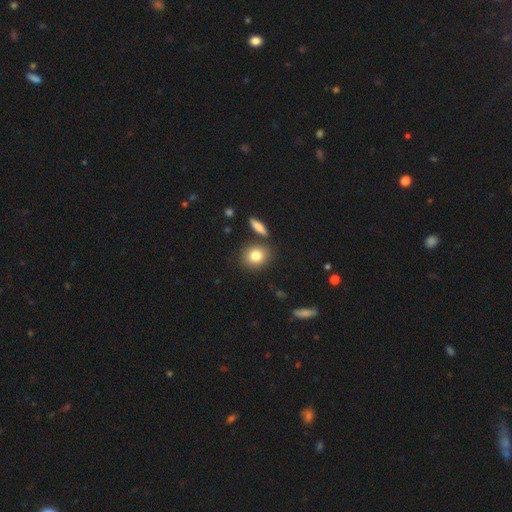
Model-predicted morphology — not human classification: smooth_or_featured: smooth (p=0.82) [alt: featured or disk p=0.09]
how_rounded: round (p=0.65) [alt: in between p=0.33]
merging: none (p=0.78) [alt: minor disturbance p=0.10]